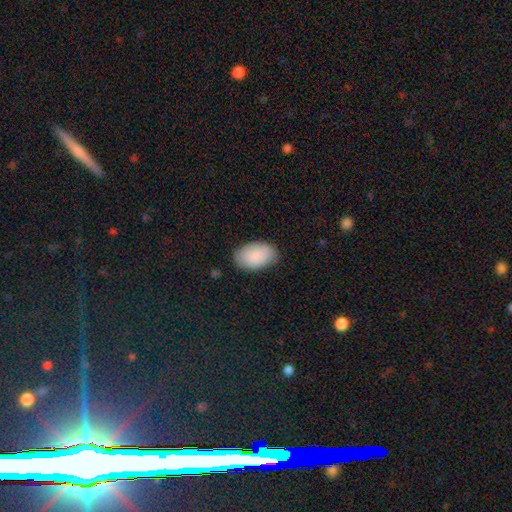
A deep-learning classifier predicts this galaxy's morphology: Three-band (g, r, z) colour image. It shows a smooth galaxy with no disk features (88%) that is in between round and cigar-shaped (94%). Merging: none (80%).